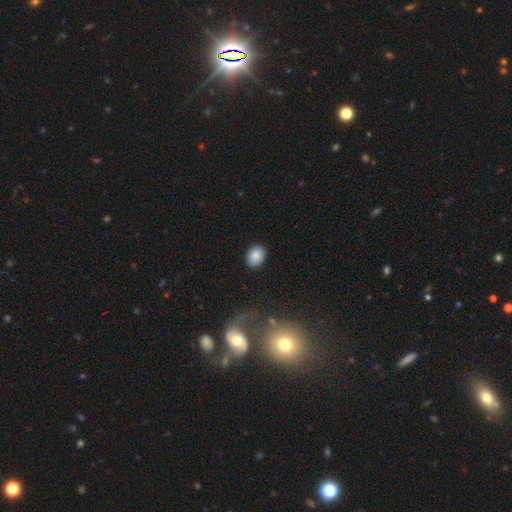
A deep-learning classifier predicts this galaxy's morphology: This is clearly a smooth galaxy (86%). How rounded: likely in between (66%). Merging: clearly none (86%).